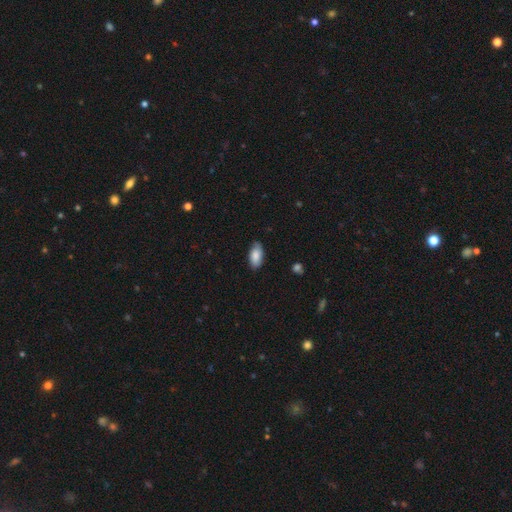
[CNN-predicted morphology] Smooth or featured? Predicted: smooth (p=0.84). How rounded? Predicted: in between (p=0.92). Merging? Predicted: none (p=0.80).